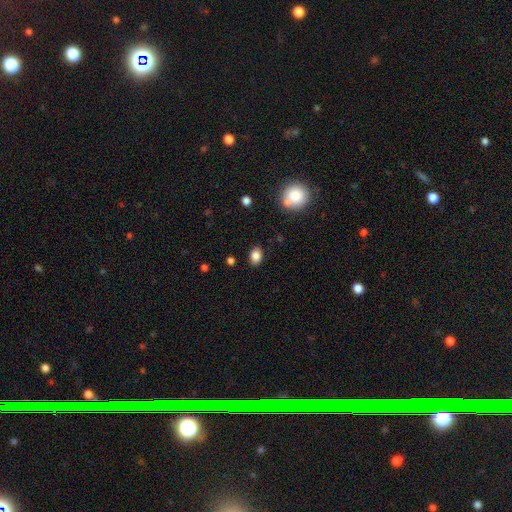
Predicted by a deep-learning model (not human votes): Smooth or featured?
  - smooth: 84% *
  - star or artifact: 10%
  - featured or disk: 5%
How rounded?
  - in between: 72% *
  - round: 27%
  - cigar-shaped: 1%
Merging?
  - none: 86% *
  - minor disturbance: 10%
  - major disturbance: 3%
  - merger: 2%